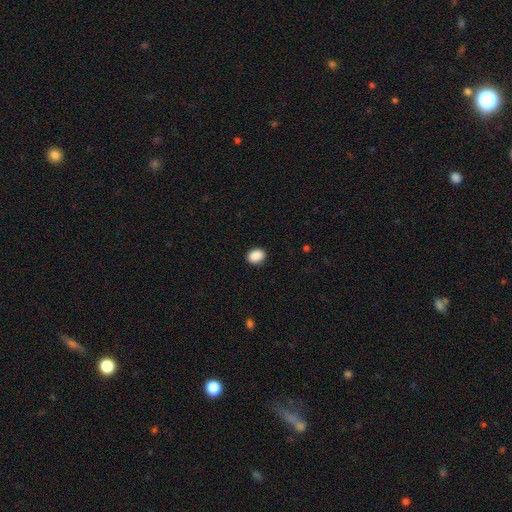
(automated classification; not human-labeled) Morphology: type=smooth (90%); roundness=in between (62%); merging=none (90%).